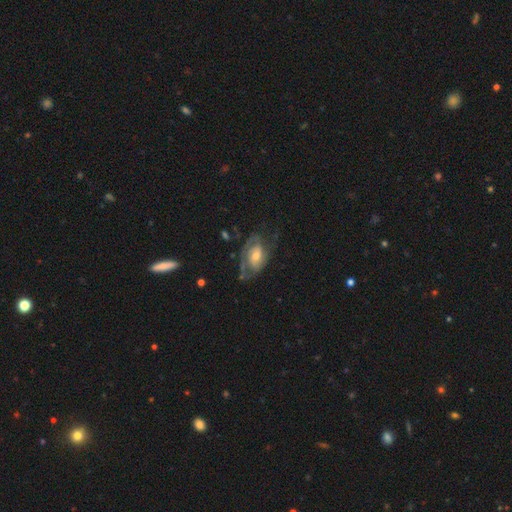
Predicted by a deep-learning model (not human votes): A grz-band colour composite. It shows a featured or disk galaxy (77%) with no bar (59%), 2 (52%) tight (44%) spiral arms (87%) and a moderate central bulge (53%). Merging: none (54%).